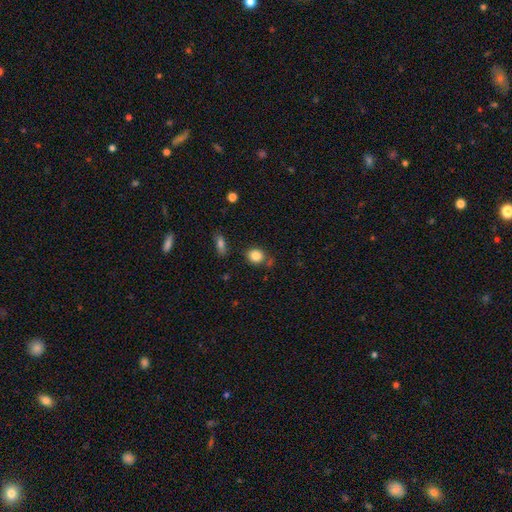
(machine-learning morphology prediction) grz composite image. It shows a smooth galaxy with no disk features (84%) that is round (70%). Merging: none (76%).